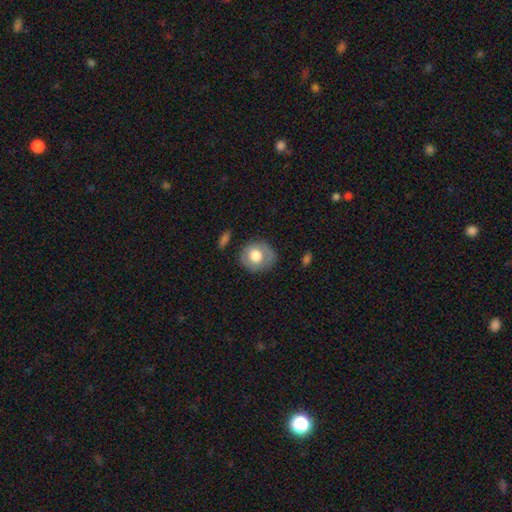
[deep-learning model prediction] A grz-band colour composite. It shows a smooth galaxy with no disk features (63%) that is round (76%). Merging: none (78%).